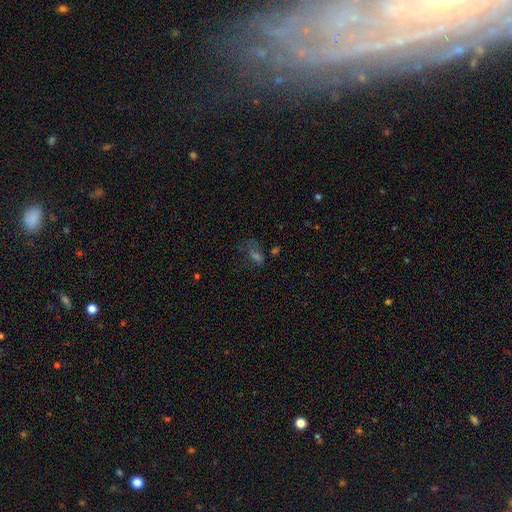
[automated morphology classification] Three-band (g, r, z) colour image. It shows a smooth galaxy with no disk features (37%). Merging: none (44%).